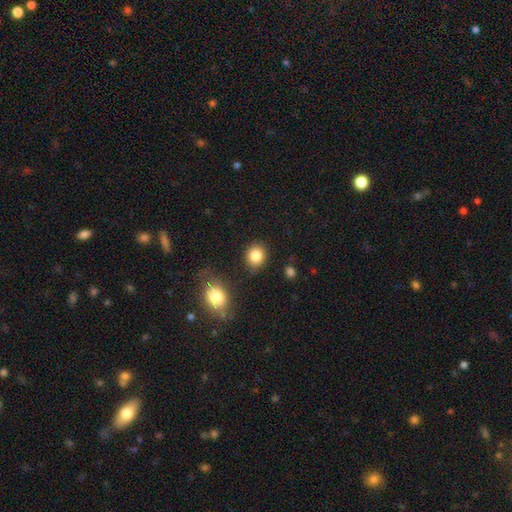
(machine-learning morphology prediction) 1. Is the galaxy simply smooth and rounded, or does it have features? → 85% smooth, 9% star or artifact, 5% featured or disk.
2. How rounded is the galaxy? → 74% round, 25% in between, 1% cigar-shaped.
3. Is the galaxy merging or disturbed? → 84% none, 10% minor disturbance, 3% merger, 3% major disturbance.